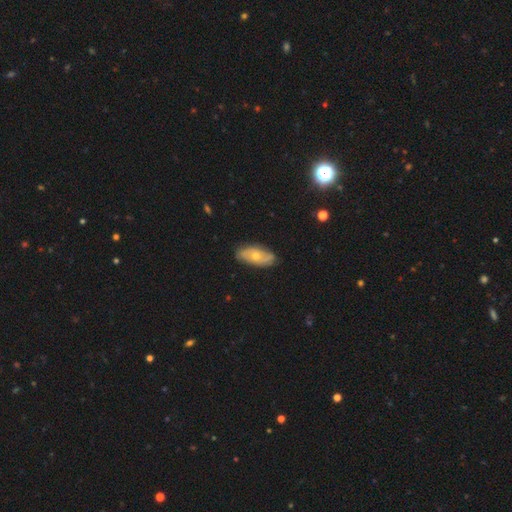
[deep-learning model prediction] featured or disk 56%, smooth 36%, star or artifact 8%. Down the decision tree: edge-on disk — no (83%); merging — none (84%).